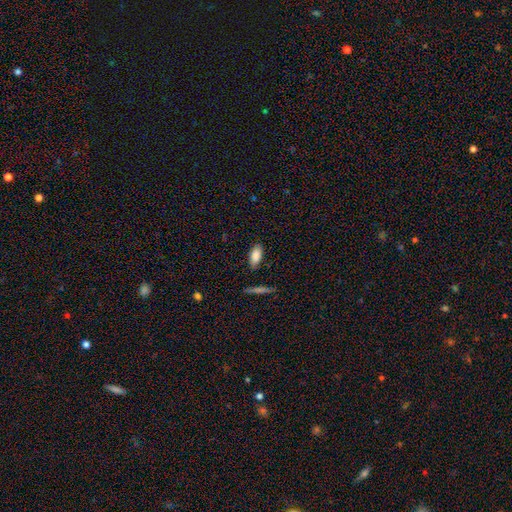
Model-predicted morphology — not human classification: smooth 86%, featured or disk 7%, star or artifact 7%. Down the decision tree: how rounded — in between (87%); merging — none (85%).